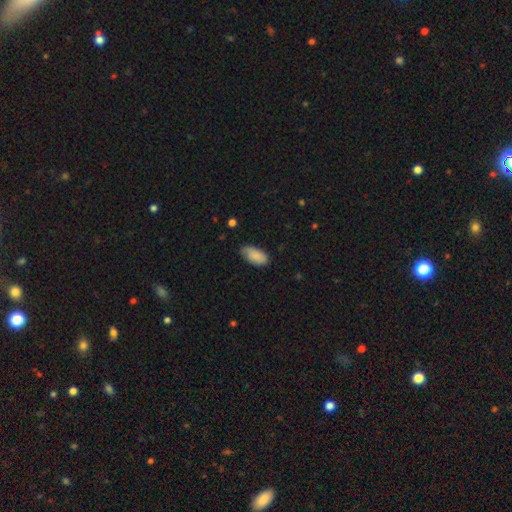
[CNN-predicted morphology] smooth_or_featured: smooth (p=0.83) [alt: featured or disk p=0.10]
how_rounded: in between (p=0.94) [alt: cigar-shaped p=0.03]
merging: none (p=0.61) [alt: minor disturbance p=0.33]